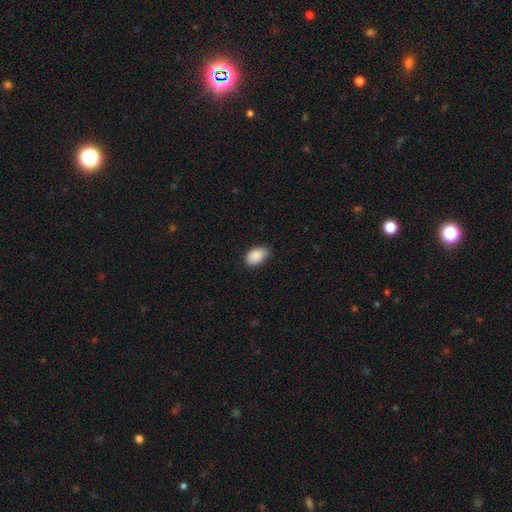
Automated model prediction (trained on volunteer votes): Morphology: type=smooth (89%); roundness=in between (91%); merging=none (75%).